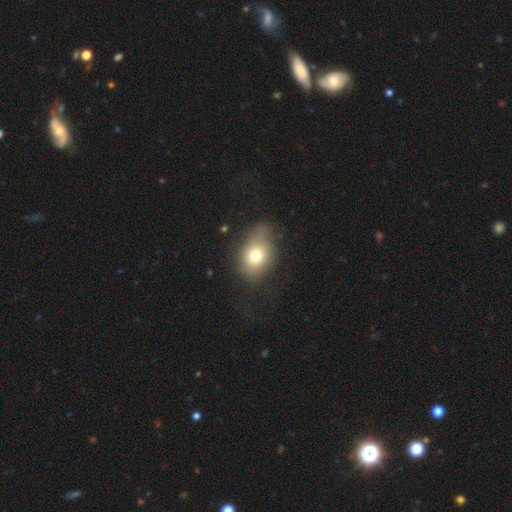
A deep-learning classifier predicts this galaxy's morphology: Q: Smooth or featured?
A: smooth (72%); runner-up: featured or disk (16%)
Q: How rounded?
A: in between (63%); runner-up: round (36%)
Q: Merging?
A: none (55%); runner-up: minor disturbance (30%)